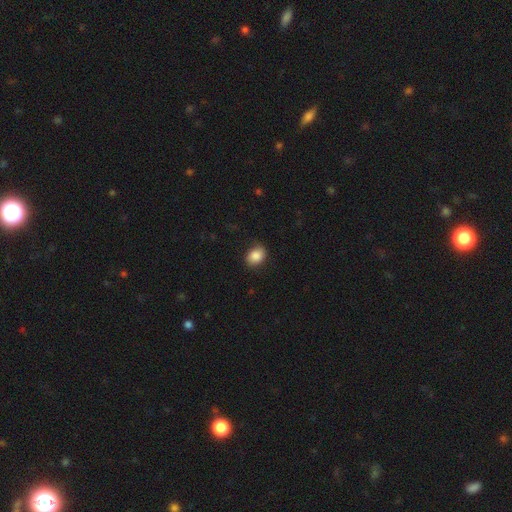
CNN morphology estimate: smooth_or_featured: smooth (p=0.86) [alt: star or artifact p=0.08]
how_rounded: in between (p=0.57) [alt: round p=0.42]
merging: none (p=0.79) [alt: minor disturbance p=0.16]